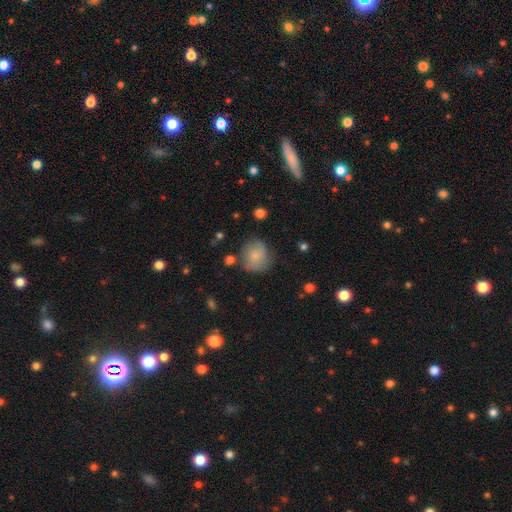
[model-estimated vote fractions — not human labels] Smooth or featured? Predicted: smooth (p=0.76). How rounded? Predicted: round (p=0.85). Merging? Predicted: none (p=0.66).